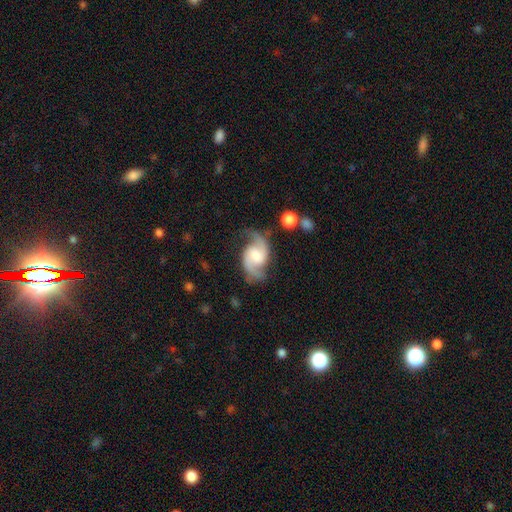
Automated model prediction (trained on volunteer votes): A featured or disk galaxy (88%) with a weak bar (45%, tied with no), 2 (93%) medium (50%) spiral arms (98%) and a moderate central bulge (45%). Merging: none (72%).